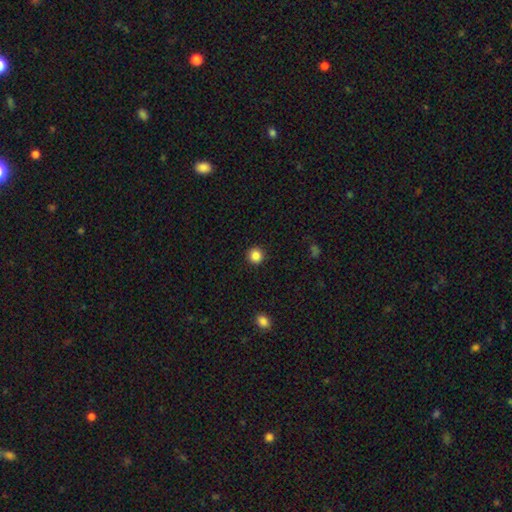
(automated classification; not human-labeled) smooth_or_featured: smooth (p=0.86) [alt: star or artifact p=0.11]
how_rounded: round (p=0.95) [alt: in between p=0.04]
merging: none (p=0.93) [alt: minor disturbance p=0.04]